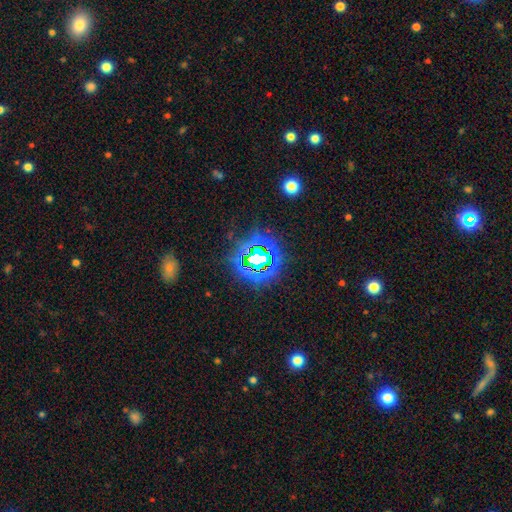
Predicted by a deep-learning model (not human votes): smooth-or-featured: star or artifact: 78% | smooth: 12% | featured or disk: 10%